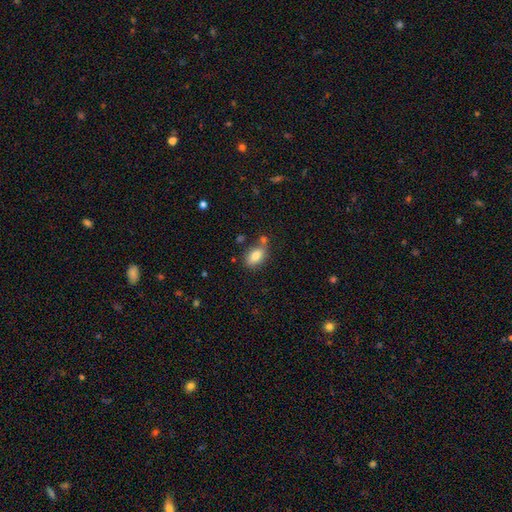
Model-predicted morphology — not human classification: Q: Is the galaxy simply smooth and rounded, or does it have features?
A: smooth — 81%.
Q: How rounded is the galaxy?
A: in between — 87%.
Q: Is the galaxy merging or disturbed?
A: none — 65%.